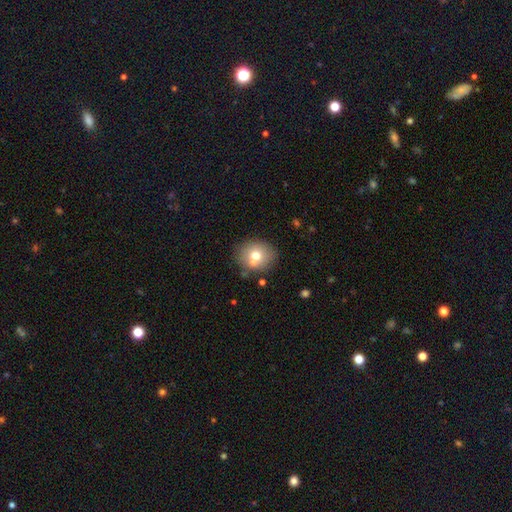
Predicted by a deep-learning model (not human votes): The model was most divided on "how rounded": round: 70%, in between: 29%, cigar-shaped: 1%. More confident: merging — none (68%); smooth or featured — smooth (68%).